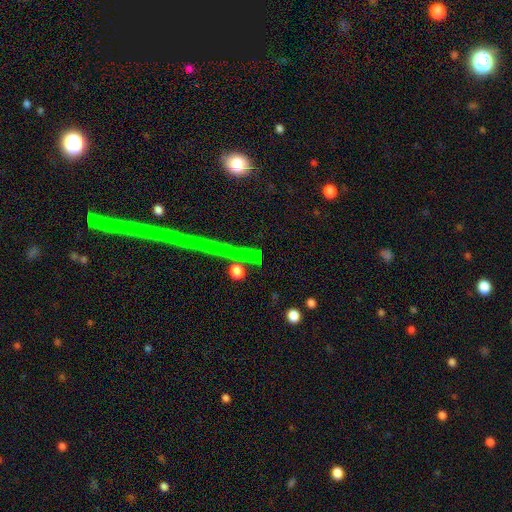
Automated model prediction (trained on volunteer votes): This is possibly a star or artifact rather than a galaxy (58%).